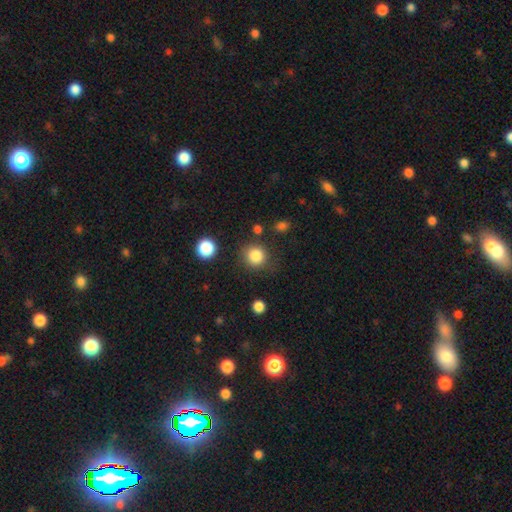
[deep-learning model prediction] Smooth or featured: smooth — 84% (star or artifact — 11%)
How rounded: round — 91% (in between — 8%)
Merging: none — 81% (minor disturbance — 11%)